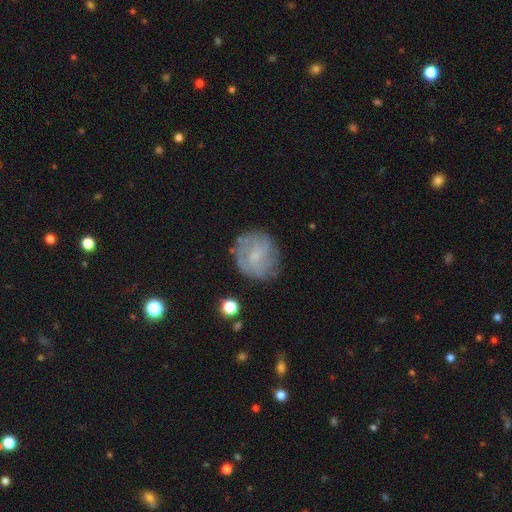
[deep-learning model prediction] Smooth or featured?
  - featured or disk: 57% *
  - smooth: 34%
  - star or artifact: 9%
Edge-on disk?
  - no: 97% *
  - yes: 3%
Bar?
  - no: 56% *
  - weak: 39%
  - strong: 6%
Spiral arms?
  - yes: 78% *
  - no: 22%
Bulge size?
  - small: 56% *
  - none: 23%
  - moderate: 19%
  - large: 1%
  - dominant: 1%
Merging?
  - none: 74% *
  - minor disturbance: 17%
  - major disturbance: 7%
  - merger: 2%